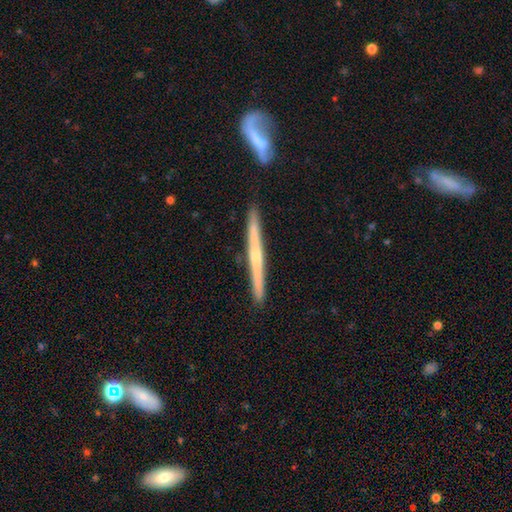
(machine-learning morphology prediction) A featured or disk galaxy (65%) viewed edge-on (97%) with a rounded central bulge (50%).

Vote fractions:
- Smooth or featured? featured or disk: 65% / smooth: 29% / star or artifact: 6%
- Edge-on disk? yes: 97% / no: 3%
- Edge-on bulge? rounded: 50% / none: 43% / boxy: 7%
- Merging? none: 89% / minor disturbance: 7% / merger: 3% / major disturbance: 2%